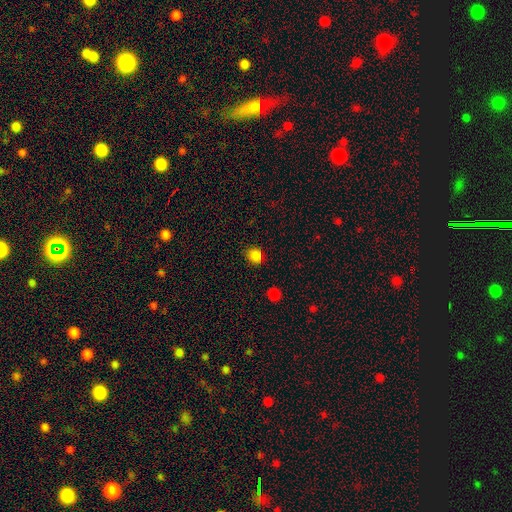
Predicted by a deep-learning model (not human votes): Smooth or featured: smooth — 83% (star or artifact — 13%)
How rounded: round — 77% (in between — 22%)
Merging: none — 85% (minor disturbance — 11%)